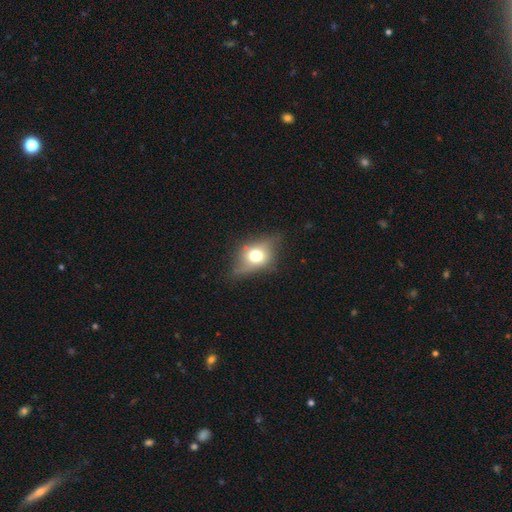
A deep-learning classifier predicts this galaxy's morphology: smooth_or_featured: smooth (p=0.55) [alt: featured or disk p=0.34]
how_rounded: in between (p=0.60) [alt: round p=0.36]
merging: none (p=0.65) [alt: minor disturbance p=0.25]